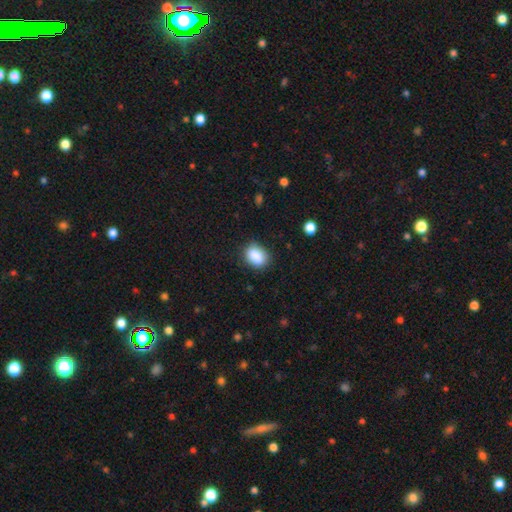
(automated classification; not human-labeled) This is clearly a smooth galaxy (88%). How rounded: likely in between (69%). Merging: clearly none (81%).